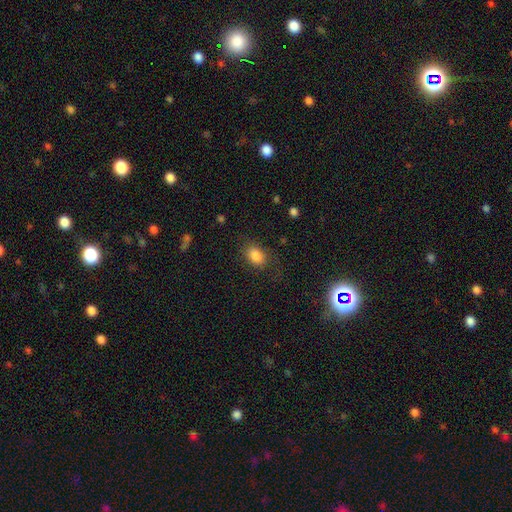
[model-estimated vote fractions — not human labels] A smooth galaxy with no disk features (84%) that is in between round and cigar-shaped (79%). Merging: none (72%).